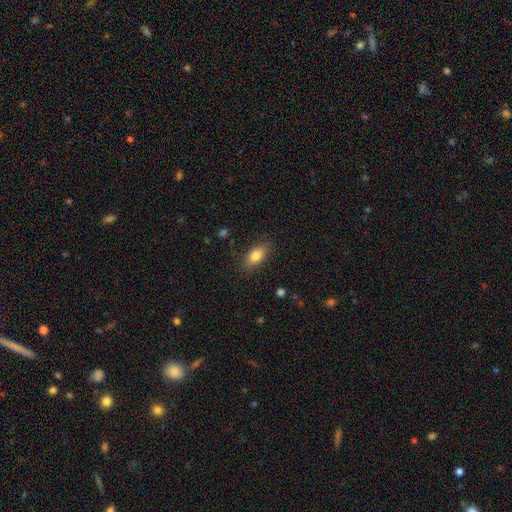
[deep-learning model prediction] smooth 81%, featured or disk 11%, star or artifact 8%. Down the decision tree: how rounded — in between (86%); merging — none (84%).